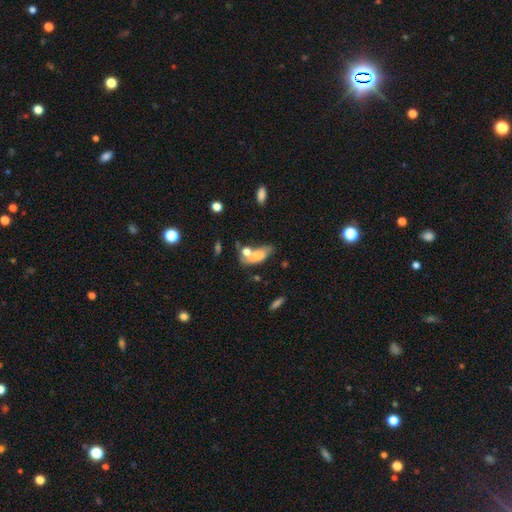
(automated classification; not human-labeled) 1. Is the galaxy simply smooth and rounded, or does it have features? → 62% smooth, 29% featured or disk, 9% star or artifact.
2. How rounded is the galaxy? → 78% in between, 16% cigar-shaped, 6% round.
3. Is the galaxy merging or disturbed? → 43% merger, 31% none, 17% minor disturbance, 9% major disturbance.